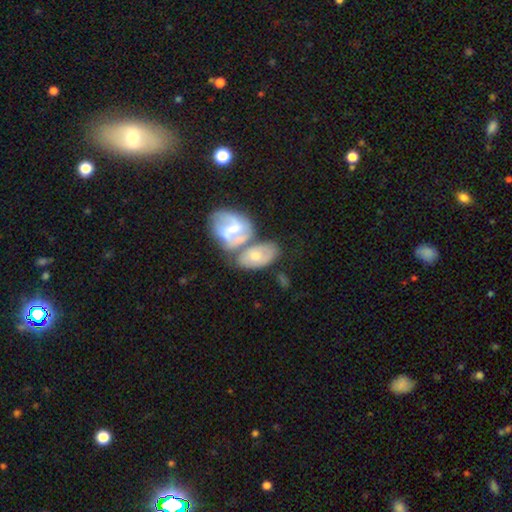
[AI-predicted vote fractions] Smooth or featured? featured or disk (52%)
Edge-on disk? no (92%)
Merging? merger (49%)